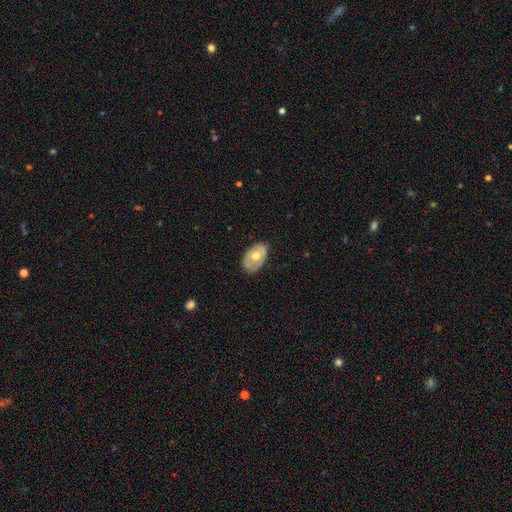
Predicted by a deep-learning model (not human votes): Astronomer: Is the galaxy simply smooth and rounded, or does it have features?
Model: smooth — 48% (runner-up: featured or disk, 46%).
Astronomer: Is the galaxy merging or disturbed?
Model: none — 68%.